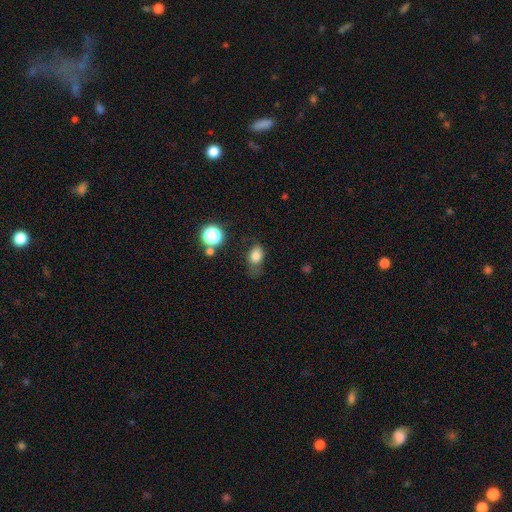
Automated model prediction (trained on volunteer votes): Smooth or featured?
  - smooth: 79% *
  - star or artifact: 11%
  - featured or disk: 10%
How rounded?
  - in between: 74% *
  - round: 24%
  - cigar-shaped: 2%
Merging?
  - none: 52% *
  - minor disturbance: 31%
  - major disturbance: 15%
  - merger: 3%